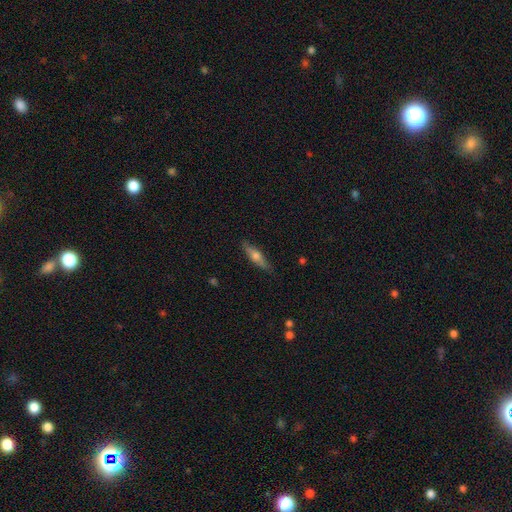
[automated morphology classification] The model was most divided on "smooth or featured": featured or disk: 49%, smooth: 44%, star or artifact: 7%. More confident: merging — none (85%).